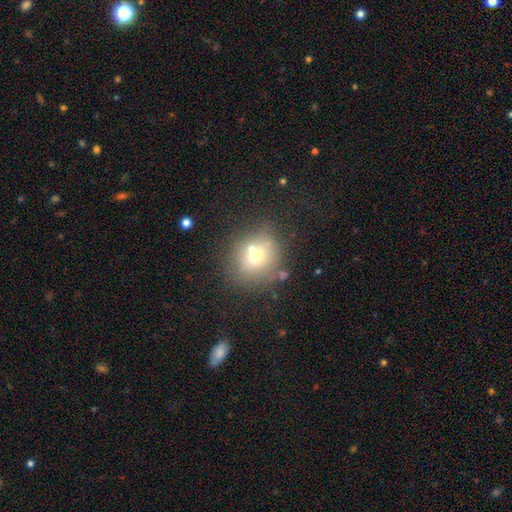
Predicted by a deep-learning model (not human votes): A smooth galaxy with no disk features (64%) that is round (79%). Merging: none (60%).